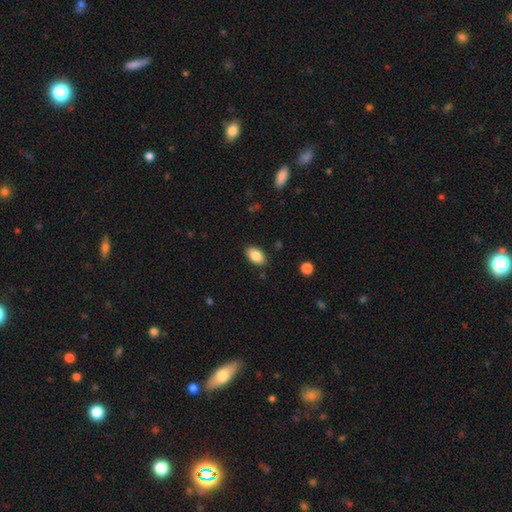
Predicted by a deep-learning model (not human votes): Smooth or featured? smooth (87%)
How rounded? in between (93%)
Merging? none (87%)